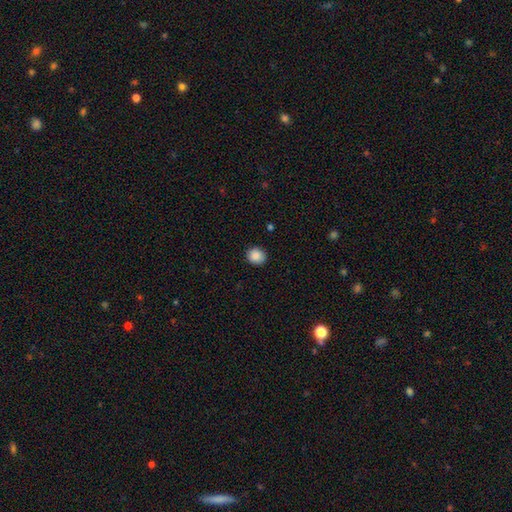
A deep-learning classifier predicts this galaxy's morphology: Smooth or featured?
  - smooth: 88% *
  - star or artifact: 9%
  - featured or disk: 3%
How rounded?
  - round: 79% *
  - in between: 20%
  - cigar-shaped: 1%
Merging?
  - none: 89% *
  - minor disturbance: 8%
  - major disturbance: 2%
  - merger: 1%